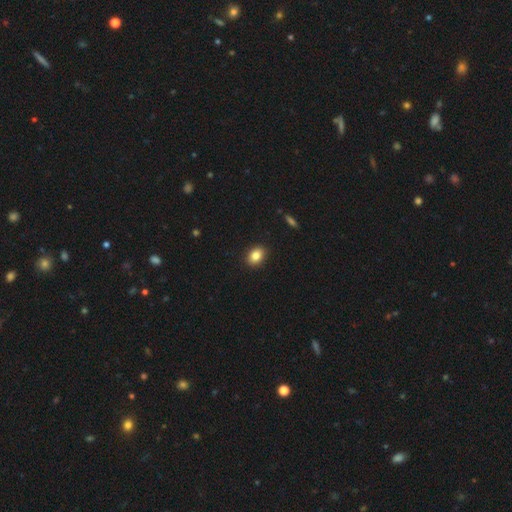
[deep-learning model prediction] A smooth galaxy with no disk features (84%) that is in between round and cigar-shaped (65%).

Vote fractions:
- Smooth or featured? smooth: 84% / star or artifact: 9% / featured or disk: 6%
- How rounded? in between: 65% / round: 34% / cigar-shaped: 1%
- Merging? none: 91% / minor disturbance: 6% / major disturbance: 2% / merger: 1%